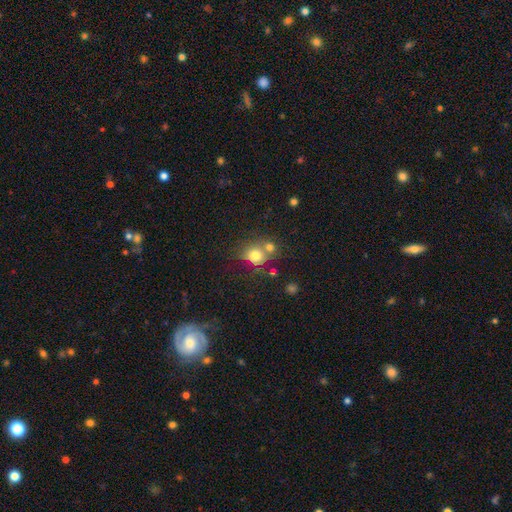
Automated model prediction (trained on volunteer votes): Smooth or featured? Predicted: smooth (p=0.76). How rounded? Predicted: round (p=0.78). Merging? Predicted: none (p=0.51).